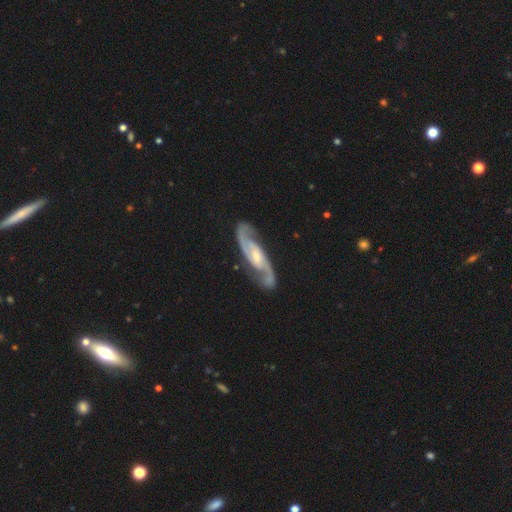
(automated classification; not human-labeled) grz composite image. It shows a featured or disk galaxy (91%) with a weak bar (42%), 2 (93%) medium (56%) spiral arms (98%) and a moderate central bulge (46%). Merging: none (82%).